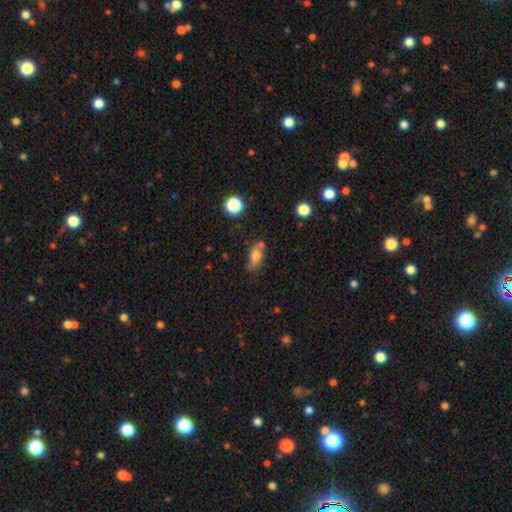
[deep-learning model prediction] Morphology: type=smooth (65%); roundness=in between (77%); merging=none (59%).